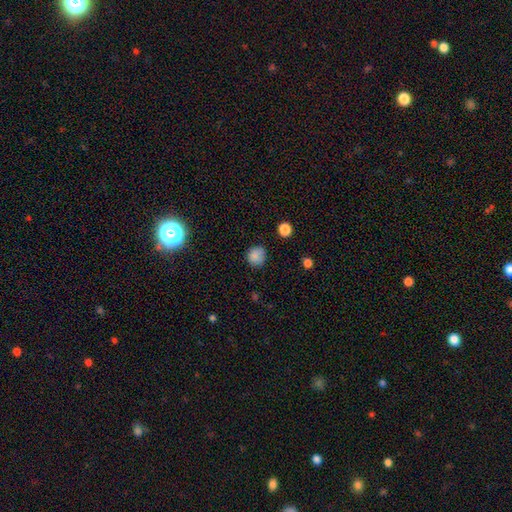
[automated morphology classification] smooth-or-featured: smooth: 83% | star or artifact: 11% | featured or disk: 6%
  how-rounded: round: 86% | in between: 13% | cigar-shaped: 1%
  merging: none: 76% | minor disturbance: 18% | major disturbance: 4% | merger: 2%